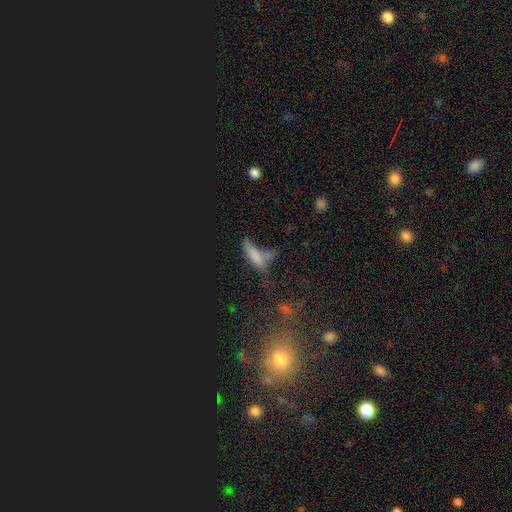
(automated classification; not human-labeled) A smooth galaxy with no disk features (62%) that is cigar-shaped (52%).

Vote fractions:
- Smooth or featured? smooth: 62% / star or artifact: 22% / featured or disk: 16%
- How rounded? cigar-shaped: 52% / in between: 43% / round: 4%
- Merging? none: 33% / merger: 26% / minor disturbance: 21% / major disturbance: 20%